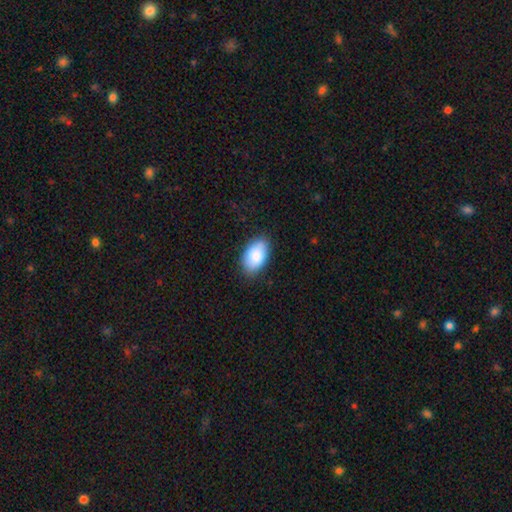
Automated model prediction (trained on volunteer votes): Smooth or featured: smooth — 88% (featured or disk — 6%)
How rounded: in between — 94% (round — 4%)
Merging: none — 85% (minor disturbance — 12%)